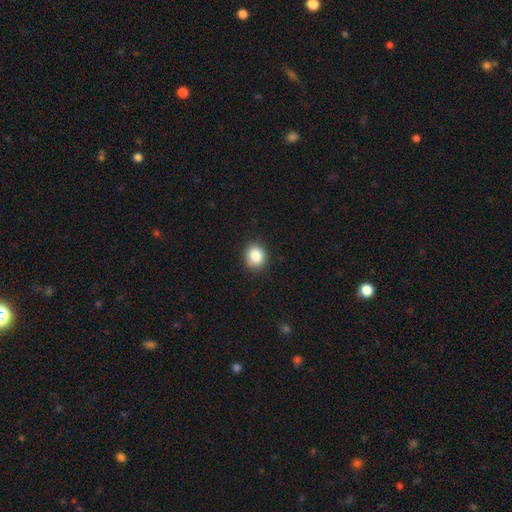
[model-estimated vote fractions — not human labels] The model was most divided on "how rounded": round: 76%, in between: 23%, cigar-shaped: 1%. More confident: merging — none (88%); smooth or featured — smooth (85%).